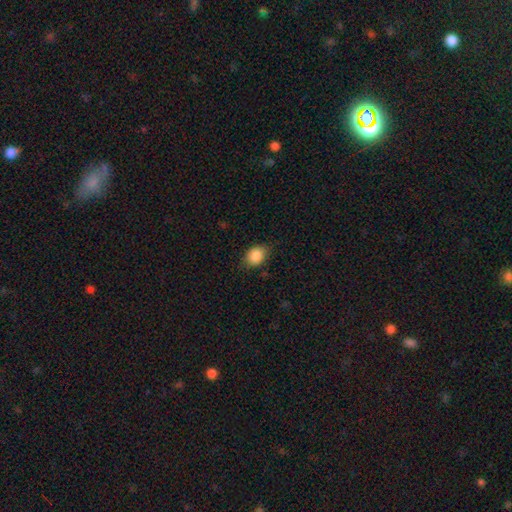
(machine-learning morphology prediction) type=smooth (88%); roundness=in between (66%); merging=none (77%).